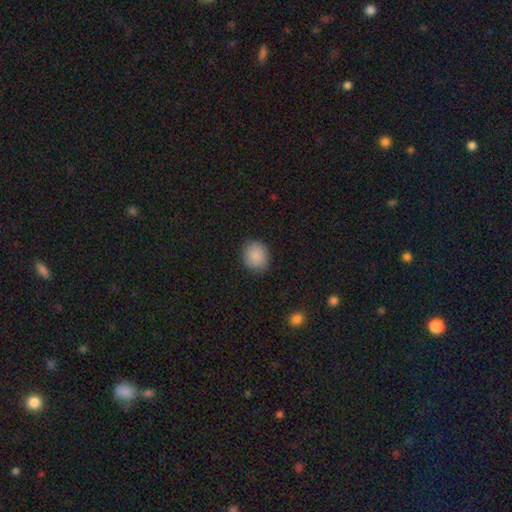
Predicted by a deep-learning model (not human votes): smooth-or-featured: smooth: 88% | star or artifact: 8% | featured or disk: 4%
  how-rounded: round: 71% | in between: 28% | cigar-shaped: 1%
  merging: none: 86% | minor disturbance: 10% | major disturbance: 2% | merger: 1%